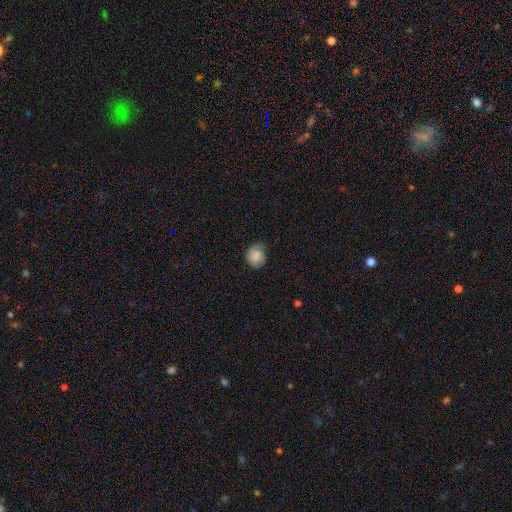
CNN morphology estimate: Q: Smooth or featured?
A: smooth (79%); runner-up: featured or disk (13%)
Q: How rounded?
A: round (75%); runner-up: in between (24%)
Q: Merging?
A: none (62%); runner-up: minor disturbance (29%)